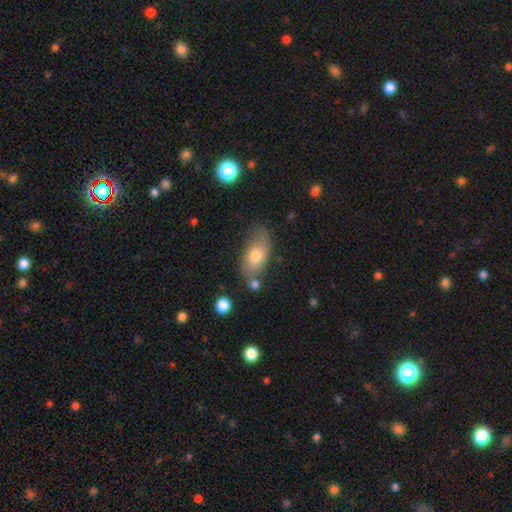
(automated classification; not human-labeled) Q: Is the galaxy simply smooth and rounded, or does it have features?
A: smooth — 70%.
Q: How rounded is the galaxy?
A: in between — 90%.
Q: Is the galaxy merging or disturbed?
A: none — 63%.